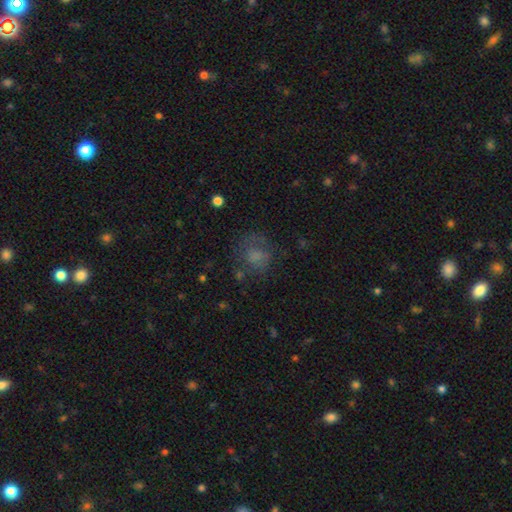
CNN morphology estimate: This appears to be a smooth galaxy with no disk features (60%) that is round (71%). Merging: none (55%).